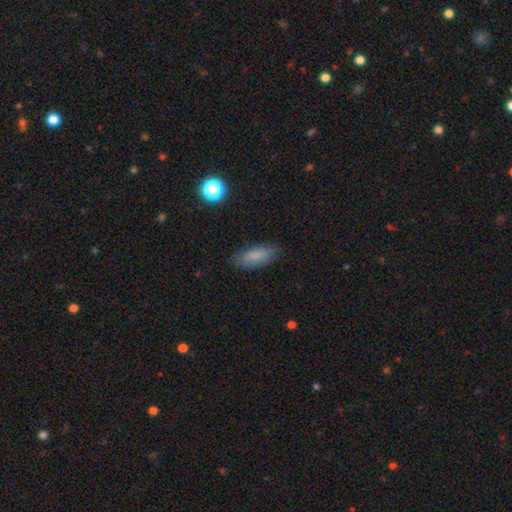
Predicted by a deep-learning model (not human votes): The model was most divided on "how rounded": in between: 77%, cigar-shaped: 21%, round: 3%. More confident: smooth or featured — smooth (83%); merging — none (82%).